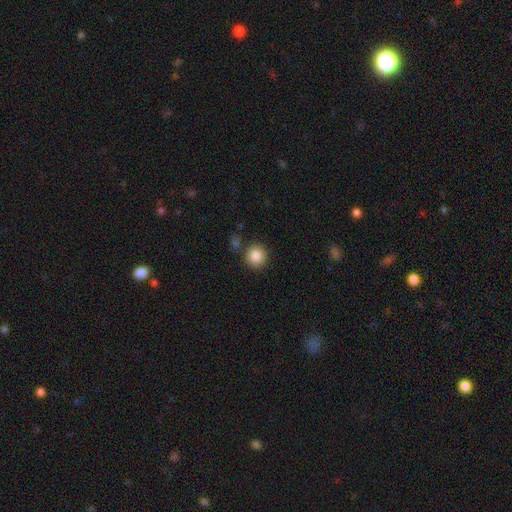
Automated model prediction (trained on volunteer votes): Morphology: type=smooth (86%); roundness=round (92%); merging=none (84%).